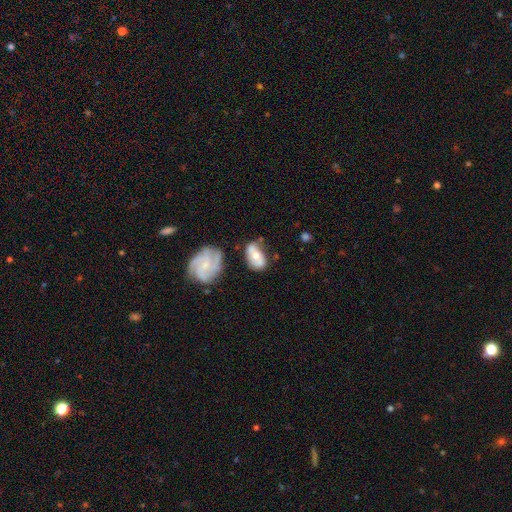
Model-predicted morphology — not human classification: Q: Smooth or featured?
A: featured or disk (51%); runner-up: smooth (43%)
Q: Edge-on disk?
A: no (94%); runner-up: yes (6%)
Q: Merging?
A: none (47%); runner-up: minor disturbance (25%)